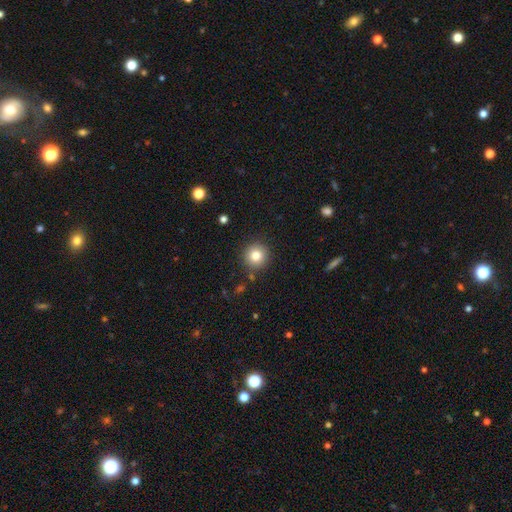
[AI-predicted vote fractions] The model was most divided on "smooth or featured": smooth: 81%, star or artifact: 11%, featured or disk: 8%. More confident: how rounded — round (95%); merging — none (89%).